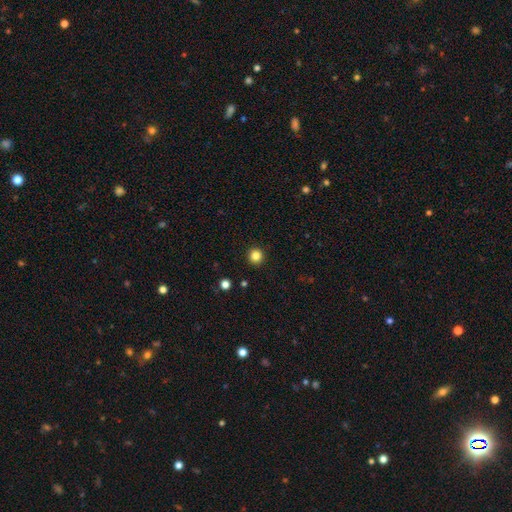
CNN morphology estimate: Q: Smooth or featured?
A: smooth (84%); runner-up: star or artifact (12%)
Q: How rounded?
A: round (95%); runner-up: in between (4%)
Q: Merging?
A: none (93%); runner-up: minor disturbance (4%)